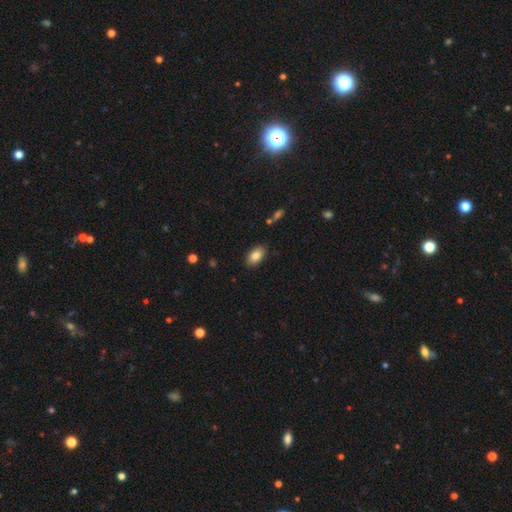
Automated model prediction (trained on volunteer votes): Smooth or featured? smooth (84%)
How rounded? in between (93%)
Merging? none (86%)